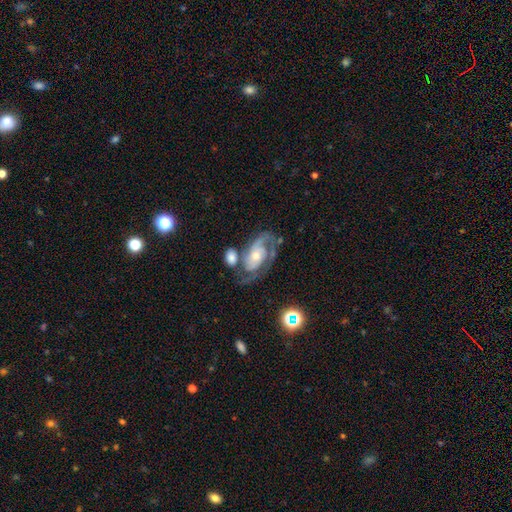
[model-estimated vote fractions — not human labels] The model was most divided on "bulge size": moderate: 47%, small: 40%, large: 8%, none: 3%, dominant: 2%. Remaining: edge-on disk — no (97%); spiral arms — yes (95%); smooth or featured — featured or disk (84%); bar — no (67%); spiral arm count — 2 (67%); spiral winding — medium (46%); merging — none (46%).